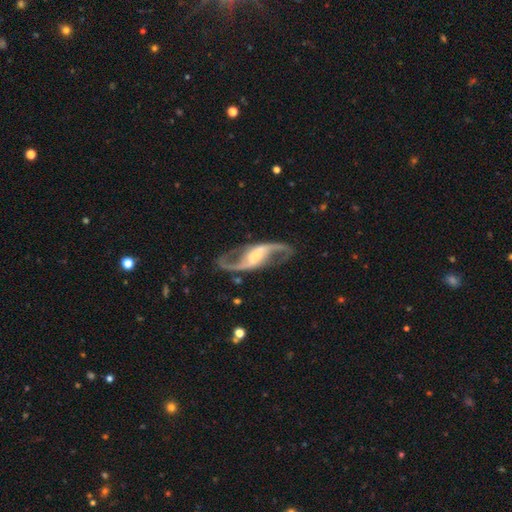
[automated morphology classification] This is clearly a featured or disk galaxy (92%). It is clearly not viewed edge-on (96%). Bar: marginally strong (42%). Spiral arm pattern: clearly yes (98%). Spiral arm count: clearly 2 (94%). Spiral winding: likely loose (62%). Central bulge: marginally small (40%). Merging: clearly none (83%).